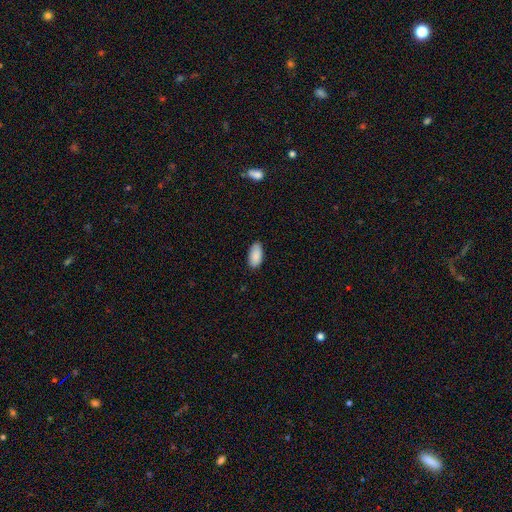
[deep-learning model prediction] This appears to be a smooth galaxy with no disk features (90%) that is in between round and cigar-shaped (94%). Merging: none (85%).